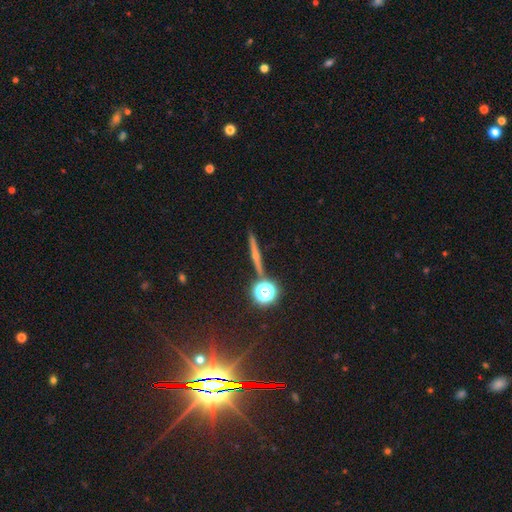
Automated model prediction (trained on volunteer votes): Smooth or featured?
  - featured or disk: 53% *
  - smooth: 28%
  - star or artifact: 19%
Edge-on disk?
  - yes: 95% *
  - no: 5%
Edge-on bulge?
  - rounded: 73% *
  - none: 20%
  - boxy: 7%
Merging?
  - none: 89% *
  - minor disturbance: 6%
  - merger: 3%
  - major disturbance: 2%